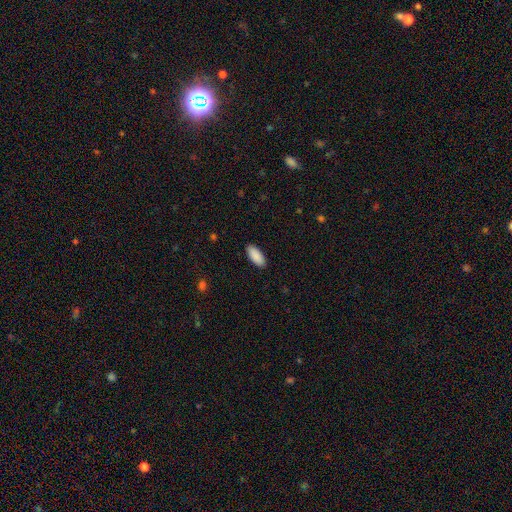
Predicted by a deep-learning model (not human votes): smooth 91%, star or artifact 6%, featured or disk 3%. Down the decision tree: how rounded — in between (87%); merging — none (90%).